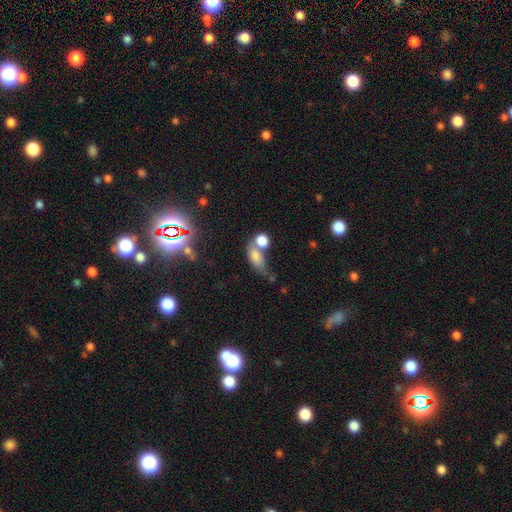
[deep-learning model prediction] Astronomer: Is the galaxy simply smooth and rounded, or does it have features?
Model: smooth — 75%.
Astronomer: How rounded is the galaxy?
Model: in between — 76%.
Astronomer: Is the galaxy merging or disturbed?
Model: merger — 40% (runner-up: none, 35%).